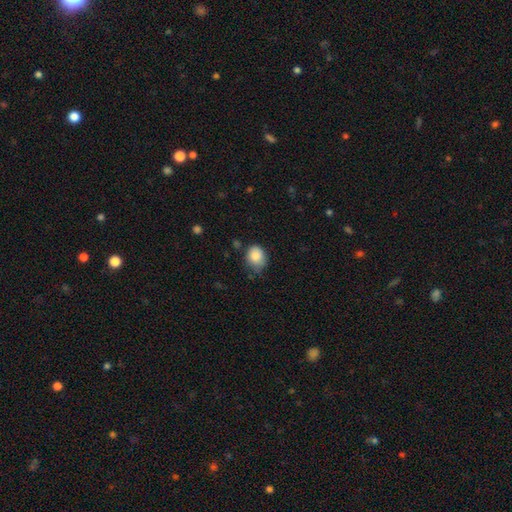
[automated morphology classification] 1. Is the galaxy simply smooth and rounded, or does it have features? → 85% smooth, 9% star or artifact, 6% featured or disk.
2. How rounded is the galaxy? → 57% round, 42% in between, 1% cigar-shaped.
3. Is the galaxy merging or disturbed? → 58% none, 33% minor disturbance, 7% major disturbance, 3% merger.